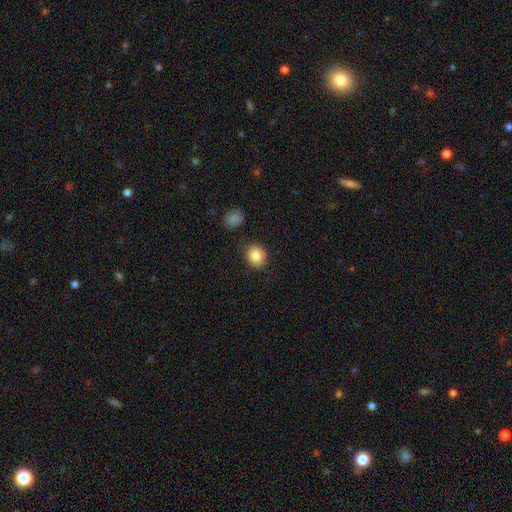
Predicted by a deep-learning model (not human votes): Smooth or featured? smooth (86%)
How rounded? round (64%)
Merging? none (84%)